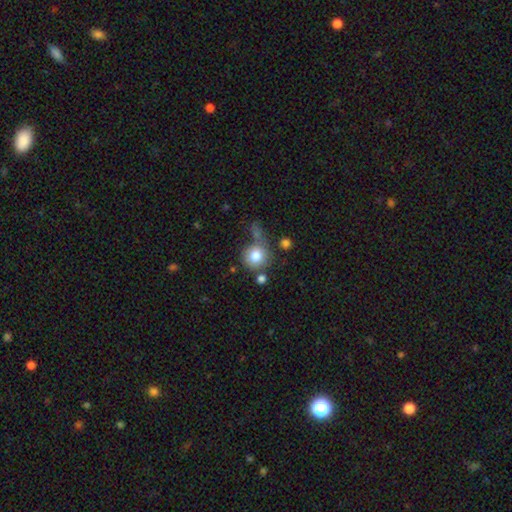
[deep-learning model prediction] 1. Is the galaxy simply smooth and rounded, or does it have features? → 80% smooth, 10% featured or disk, 9% star or artifact.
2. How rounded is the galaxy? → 89% round, 10% in between, 1% cigar-shaped.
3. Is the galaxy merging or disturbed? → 53% none, 20% merger, 16% minor disturbance, 10% major disturbance.